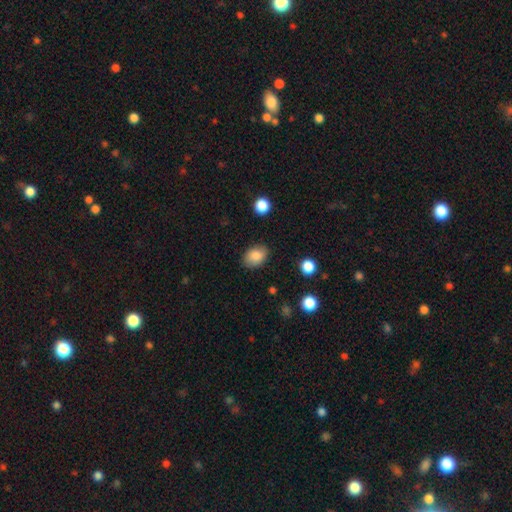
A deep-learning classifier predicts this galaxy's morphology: Smooth or featured?
  - smooth: 85% *
  - star or artifact: 8%
  - featured or disk: 7%
How rounded?
  - in between: 75% *
  - round: 24%
  - cigar-shaped: 1%
Merging?
  - none: 83% *
  - minor disturbance: 13%
  - major disturbance: 3%
  - merger: 1%